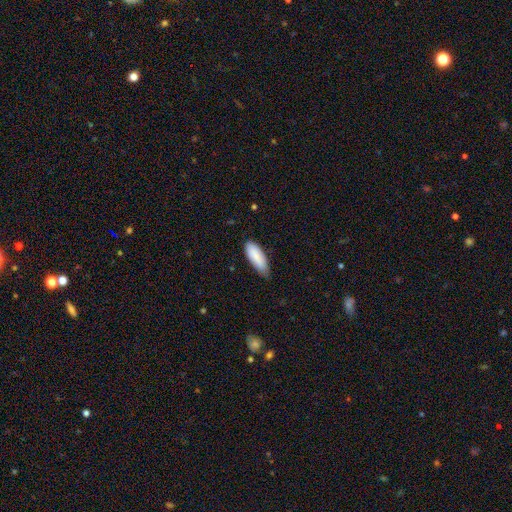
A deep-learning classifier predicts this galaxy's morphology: A smooth galaxy with no disk features (87%) that is in between round and cigar-shaped (70%).

Vote fractions:
- Smooth or featured? smooth: 87% / featured or disk: 7% / star or artifact: 6%
- How rounded? in between: 70% / cigar-shaped: 29% / round: 1%
- Merging? none: 65% / minor disturbance: 30% / major disturbance: 4% / merger: 1%